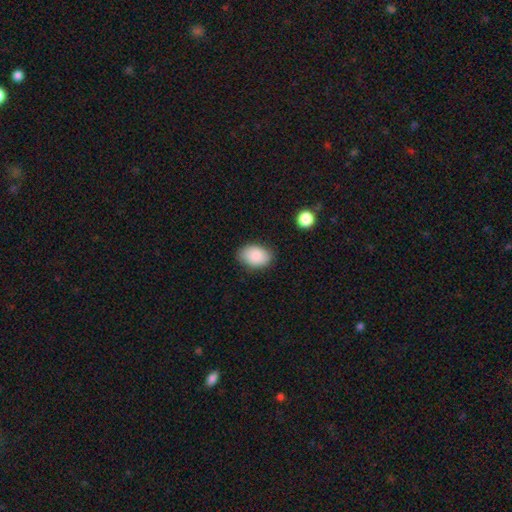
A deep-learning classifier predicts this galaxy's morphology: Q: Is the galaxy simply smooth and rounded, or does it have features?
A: smooth — 86%.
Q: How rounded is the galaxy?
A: in between — 82%.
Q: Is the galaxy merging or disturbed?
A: none — 80%.